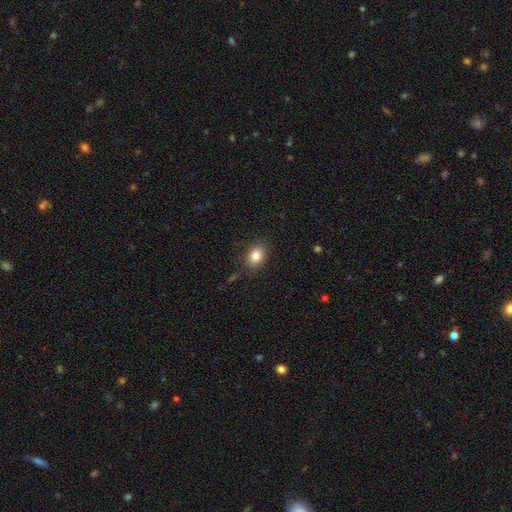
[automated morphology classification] smooth-or-featured: smooth: 83% | star or artifact: 10% | featured or disk: 7%
  how-rounded: in between: 66% | round: 33% | cigar-shaped: 1%
  merging: none: 84% | minor disturbance: 11% | major disturbance: 3% | merger: 2%